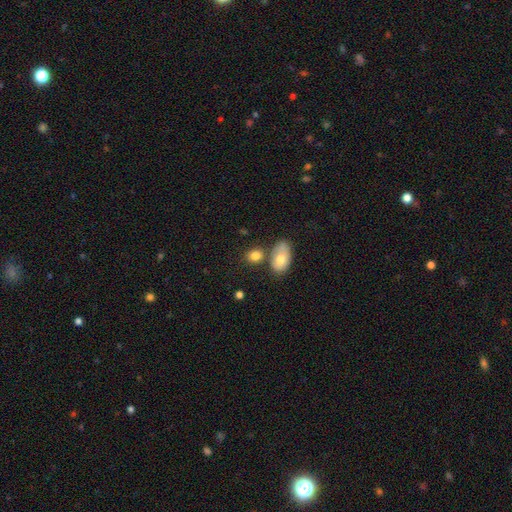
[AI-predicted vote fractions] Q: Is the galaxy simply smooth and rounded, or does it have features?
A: smooth — 81%.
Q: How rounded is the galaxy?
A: in between — 59%.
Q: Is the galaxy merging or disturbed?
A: none — 60%.